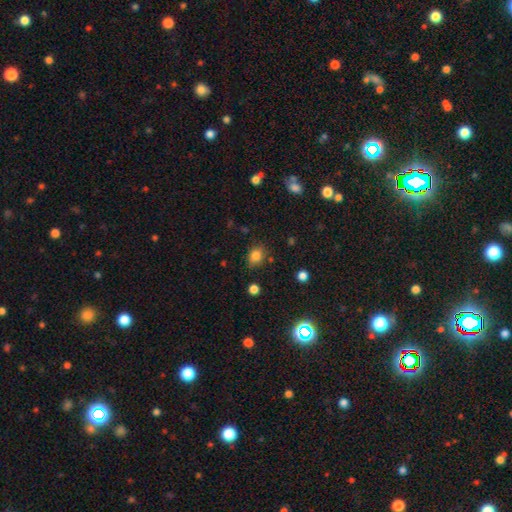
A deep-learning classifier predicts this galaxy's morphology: This is clearly a smooth galaxy (82%). How rounded: possibly round (51%). Merging: likely none (79%).